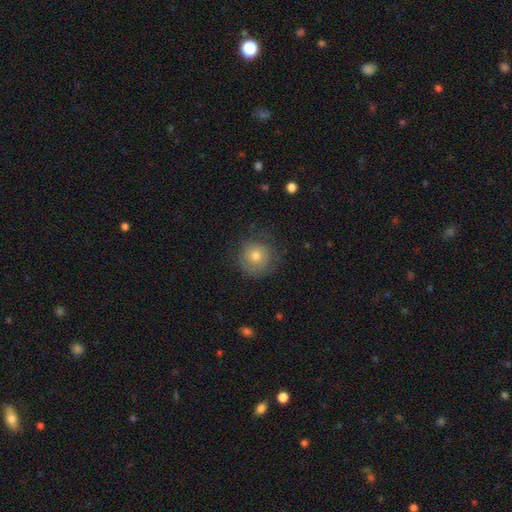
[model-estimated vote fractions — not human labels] smooth-or-featured: smooth: 64% | featured or disk: 25% | star or artifact: 12%
  how-rounded: round: 93% | in between: 6% | cigar-shaped: 1%
  merging: none: 74% | minor disturbance: 17% | major disturbance: 8% | merger: 1%